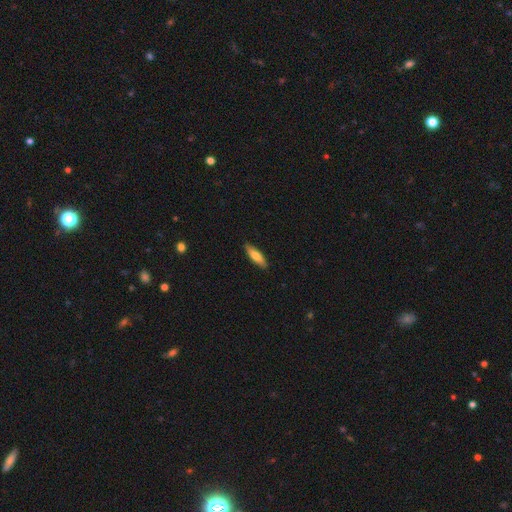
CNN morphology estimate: A smooth galaxy with no disk features (72%) that is cigar-shaped (57%). Merging: none (87%).